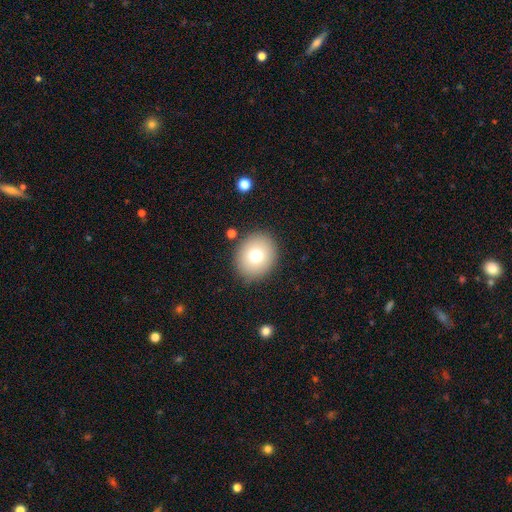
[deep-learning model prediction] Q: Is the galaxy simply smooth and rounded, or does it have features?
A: smooth — 73%.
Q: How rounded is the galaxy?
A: round — 71%.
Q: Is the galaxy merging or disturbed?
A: none — 86%.